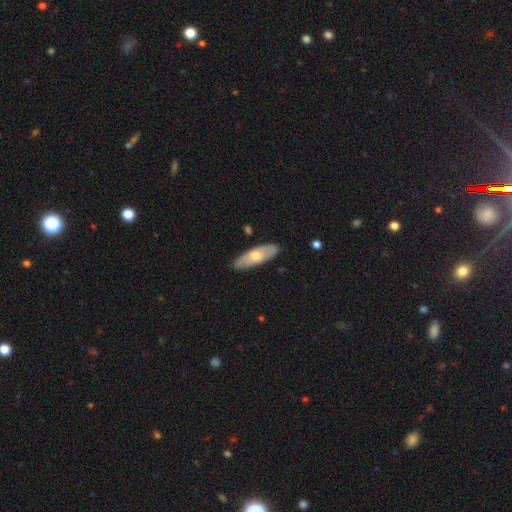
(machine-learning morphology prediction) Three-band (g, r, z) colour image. It shows a smooth galaxy with no disk features (57%) that is in between round and cigar-shaped (63%). Merging: none (86%).